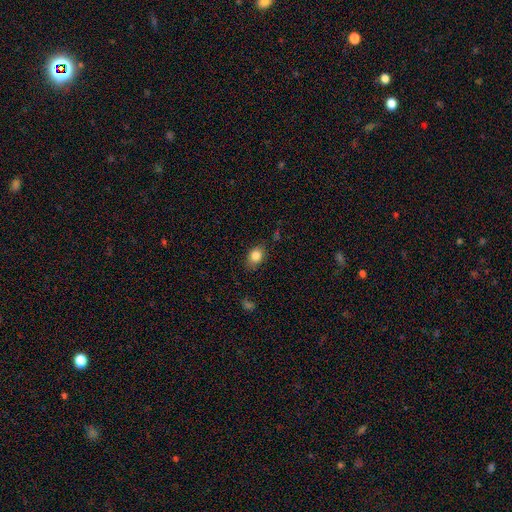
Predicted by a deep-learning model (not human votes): Smooth or featured: smooth — 84% (star or artifact — 9%)
How rounded: in between — 70% (round — 28%)
Merging: none — 79% (minor disturbance — 16%)